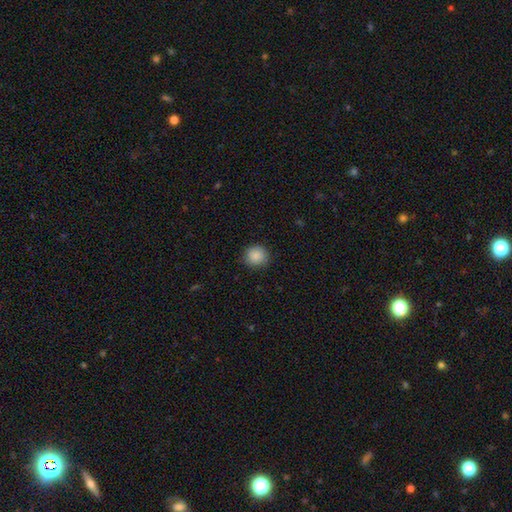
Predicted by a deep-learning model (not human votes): The model was most divided on "merging": none: 87%, minor disturbance: 10%, major disturbance: 2%, merger: 1%. More confident: how rounded — round (89%); smooth or featured — smooth (88%).